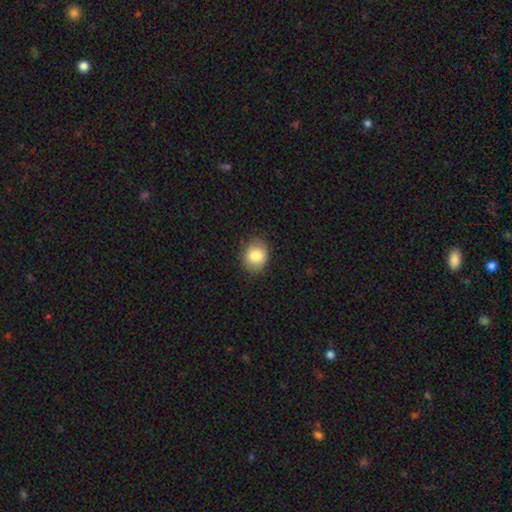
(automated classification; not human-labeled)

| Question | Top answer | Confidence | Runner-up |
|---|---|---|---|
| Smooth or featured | smooth | 83% | featured or disk (9%) |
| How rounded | round | 57% | in between (42%) |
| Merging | none | 83% | minor disturbance (13%) |